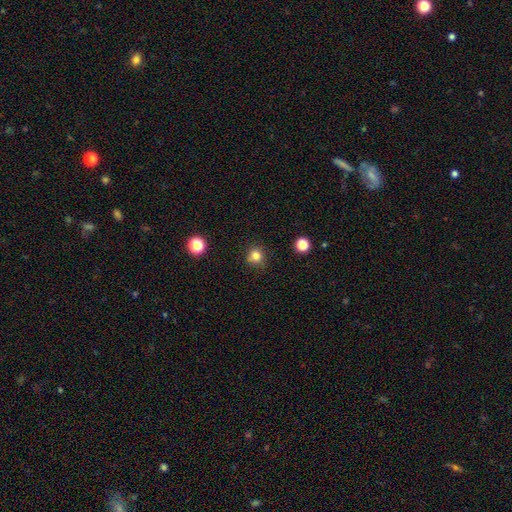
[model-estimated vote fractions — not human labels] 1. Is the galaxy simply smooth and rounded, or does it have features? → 81% smooth, 13% star or artifact, 5% featured or disk.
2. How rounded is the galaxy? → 91% round, 8% in between, 1% cigar-shaped.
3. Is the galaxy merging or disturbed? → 84% none, 11% minor disturbance, 3% merger, 3% major disturbance.